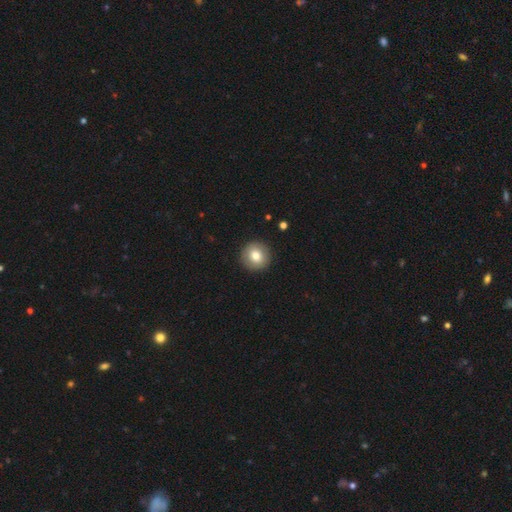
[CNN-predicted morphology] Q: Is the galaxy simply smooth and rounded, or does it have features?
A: smooth — 79%.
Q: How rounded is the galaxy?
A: round — 94%.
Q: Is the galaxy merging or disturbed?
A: none — 92%.